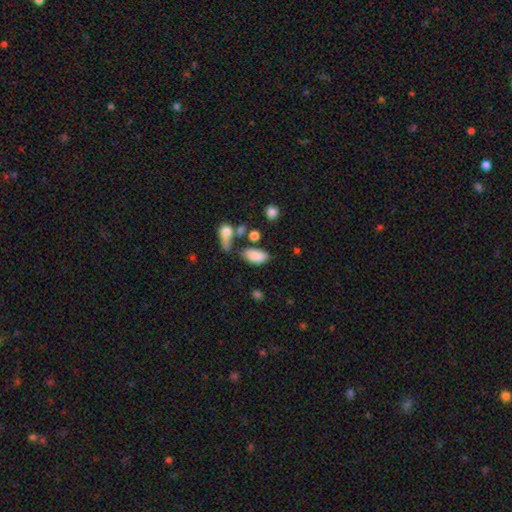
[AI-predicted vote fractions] This appears to be a smooth galaxy with no disk features (83%) that is in between round and cigar-shaped (92%). Merging: none (52%).